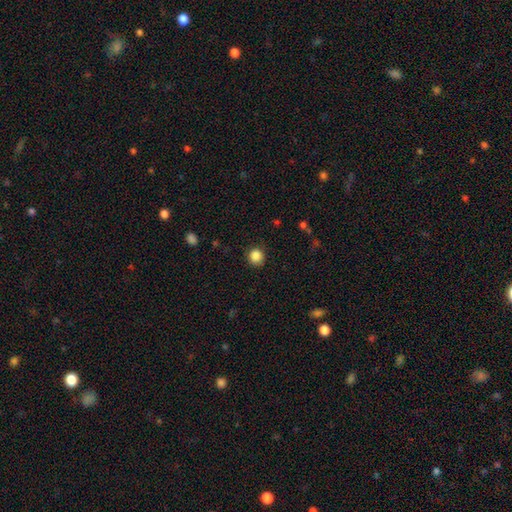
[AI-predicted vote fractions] Smooth or featured: smooth — 87% (star or artifact — 10%)
How rounded: round — 88% (in between — 11%)
Merging: none — 88% (minor disturbance — 9%)